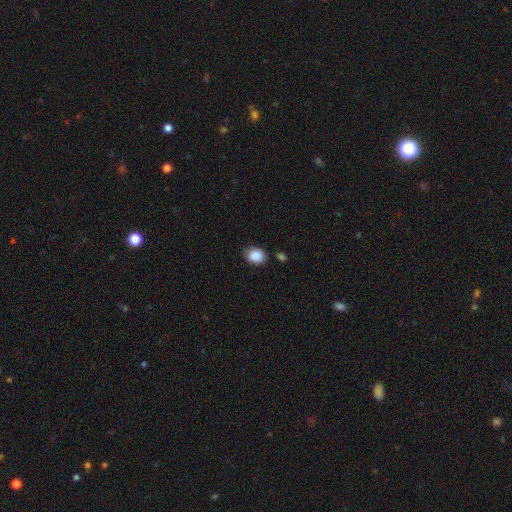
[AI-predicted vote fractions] smooth_or_featured: smooth (p=0.89) [alt: star or artifact p=0.08]
how_rounded: in between (p=0.51) [alt: round p=0.48]
merging: none (p=0.78) [alt: minor disturbance p=0.14]